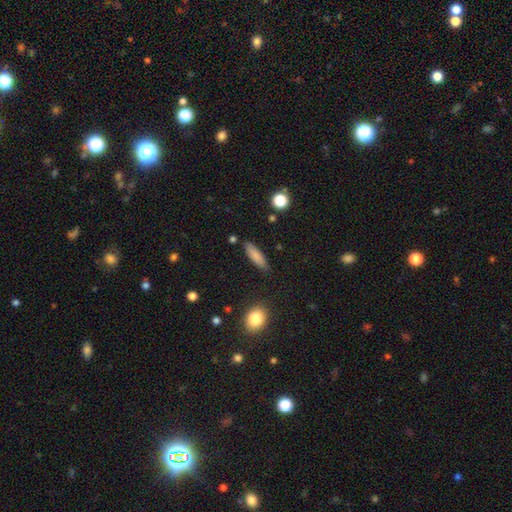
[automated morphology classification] smooth_or_featured: smooth (p=0.82) [alt: featured or disk p=0.11]
how_rounded: cigar-shaped (p=0.59) [alt: in between p=0.39]
merging: none (p=0.84) [alt: minor disturbance p=0.11]